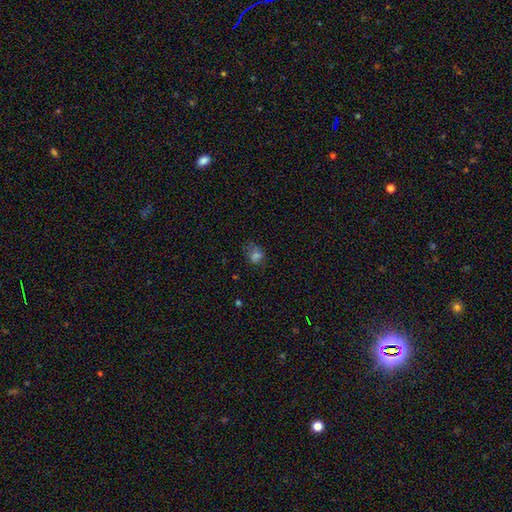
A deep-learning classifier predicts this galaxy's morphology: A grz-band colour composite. It shows a smooth galaxy with no disk features (66%) that is in between round and cigar-shaped (52%). Merging: none (57%).